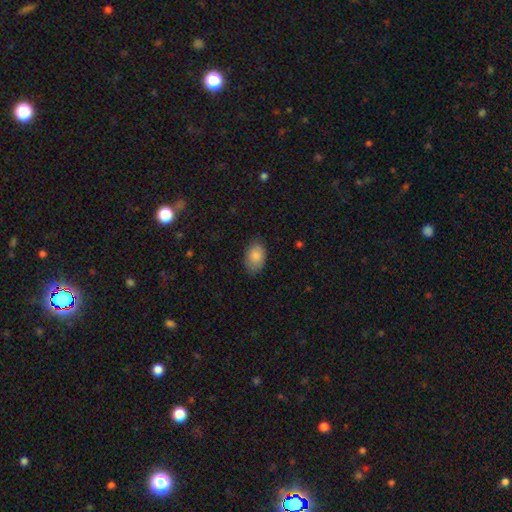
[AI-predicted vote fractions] The model was most divided on "merging": none: 77%, minor disturbance: 18%, major disturbance: 4%, merger: 1%. More confident: how rounded — in between (90%); smooth or featured — smooth (85%).